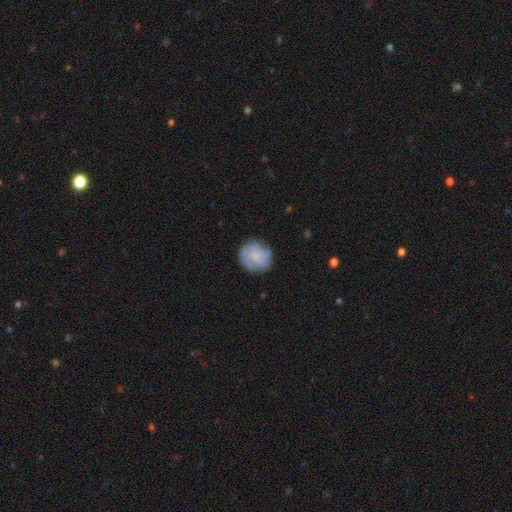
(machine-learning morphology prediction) This is possibly a smooth galaxy (55%). How rounded: clearly round (86%). Merging: likely none (78%).